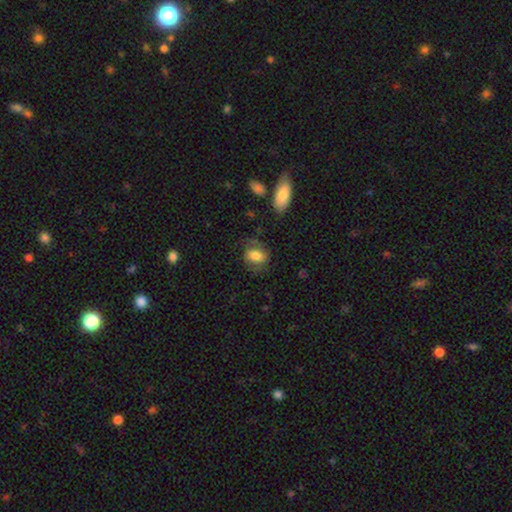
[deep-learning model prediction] A smooth galaxy with no disk features (63%) that is in between round and cigar-shaped (73%).

Vote fractions:
- Smooth or featured? smooth: 63% / featured or disk: 29% / star or artifact: 8%
- How rounded? in between: 73% / round: 25% / cigar-shaped: 2%
- Merging? none: 62% / minor disturbance: 21% / major disturbance: 15% / merger: 2%